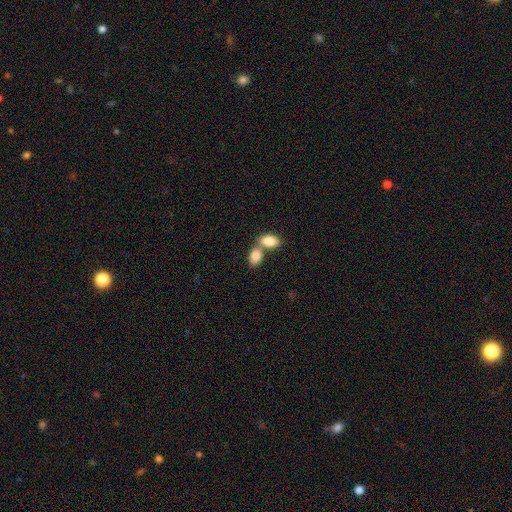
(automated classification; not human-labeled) A smooth galaxy with no disk features (84%) that is in between round and cigar-shaped (89%).

Vote fractions:
- Smooth or featured? smooth: 84% / featured or disk: 9% / star or artifact: 7%
- How rounded? in between: 89% / round: 9% / cigar-shaped: 2%
- Merging? merger: 61% / none: 29% / minor disturbance: 7% / major disturbance: 3%